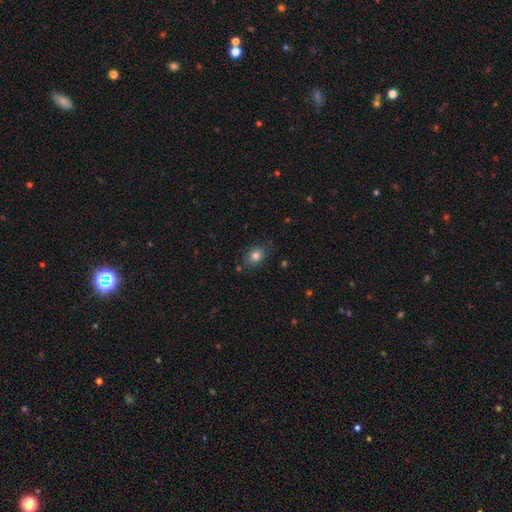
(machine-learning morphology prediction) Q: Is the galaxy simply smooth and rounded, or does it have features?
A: smooth — 81%.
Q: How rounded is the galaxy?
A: in between — 65%.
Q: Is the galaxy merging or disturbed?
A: none — 79%.